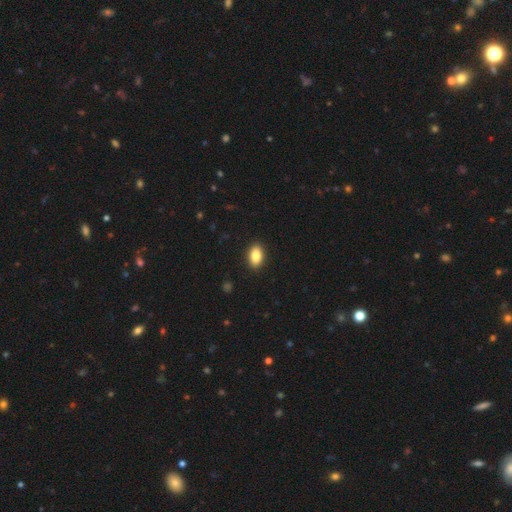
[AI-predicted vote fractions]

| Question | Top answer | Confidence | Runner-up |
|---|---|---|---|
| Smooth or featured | smooth | 87% | star or artifact (8%) |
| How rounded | in between | 90% | round (8%) |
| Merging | none | 90% | minor disturbance (7%) |